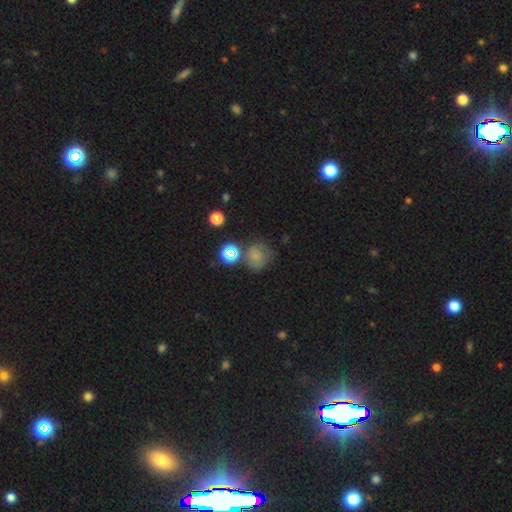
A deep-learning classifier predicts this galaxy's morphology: This is likely a smooth galaxy (64%). How rounded: clearly round (81%). Merging: possibly none (56%).